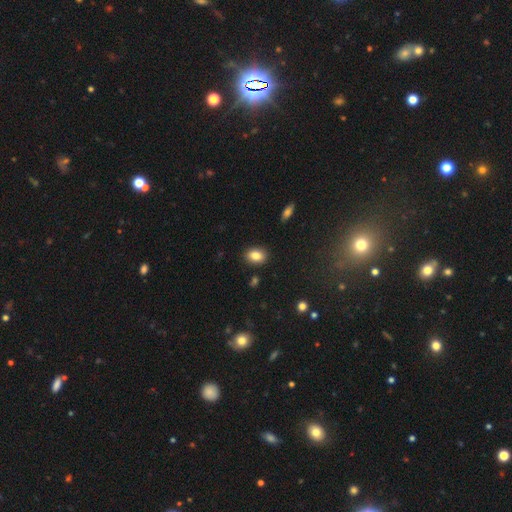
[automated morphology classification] A smooth galaxy with no disk features (83%) that is in between round and cigar-shaped (76%). Merging: none (88%).